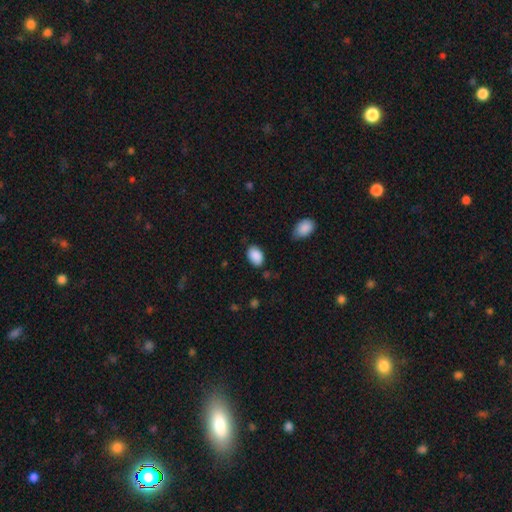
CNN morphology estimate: Smooth or featured? Predicted: smooth (p=0.90). How rounded? Predicted: in between (p=0.89). Merging? Predicted: none (p=0.79).